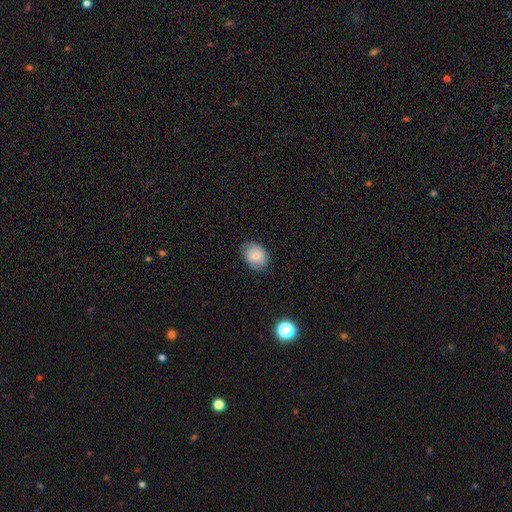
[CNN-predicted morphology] A smooth galaxy with no disk features (71%) that is in between round and cigar-shaped (58%). Merging: none (76%).